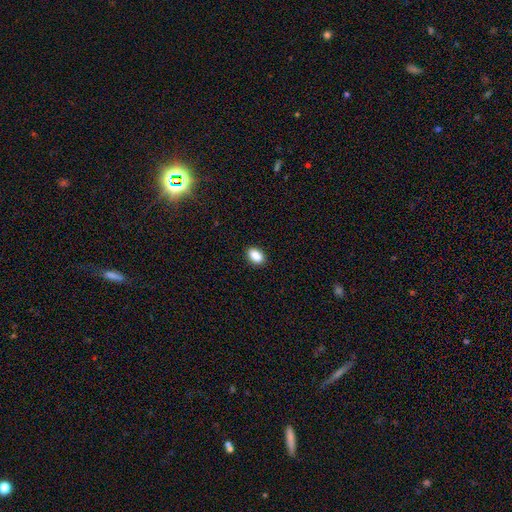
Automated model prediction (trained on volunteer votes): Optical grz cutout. It shows a smooth galaxy with no disk features (89%) that is in between round and cigar-shaped (88%). Merging: none (89%).